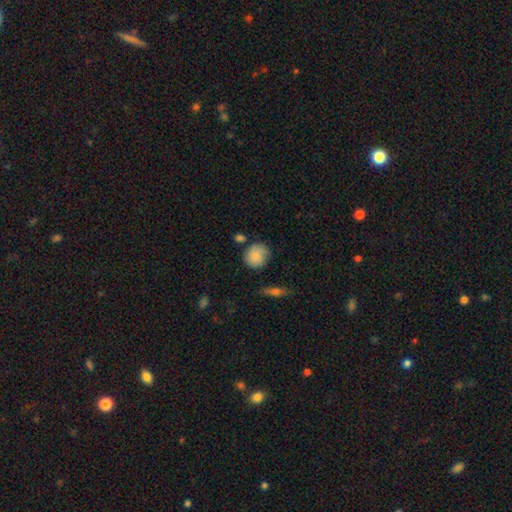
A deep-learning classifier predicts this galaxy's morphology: smooth-or-featured: smooth: 82% | featured or disk: 11% | star or artifact: 7%
  how-rounded: round: 83% | in between: 16% | cigar-shaped: 1%
  merging: none: 69% | minor disturbance: 20% | merger: 7% | major disturbance: 4%